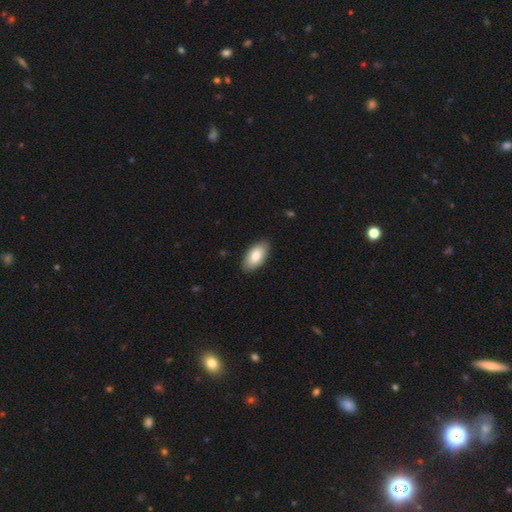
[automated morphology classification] smooth_or_featured: smooth (p=0.80) [alt: featured or disk p=0.14]
how_rounded: in between (p=0.94) [alt: cigar-shaped p=0.04]
merging: none (p=0.89) [alt: minor disturbance p=0.08]